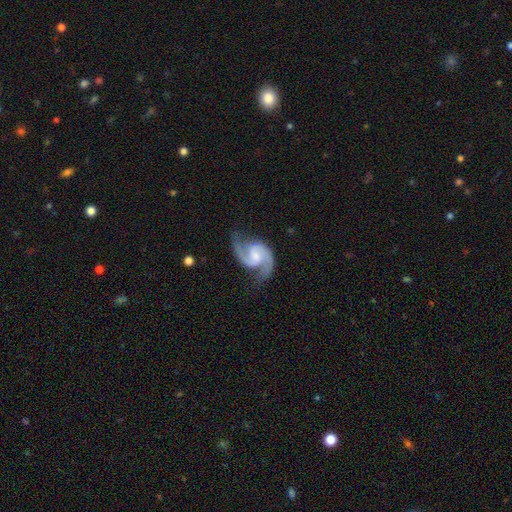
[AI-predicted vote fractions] Smooth or featured? featured or disk (92%)
Edge-on disk? no (98%)
Bar? weak (48%)
Spiral arms? yes (98%)
Spiral winding? medium (59%)
Spiral arm count? 2 (93%)
Bulge size? moderate (36%)
Merging? none (74%)